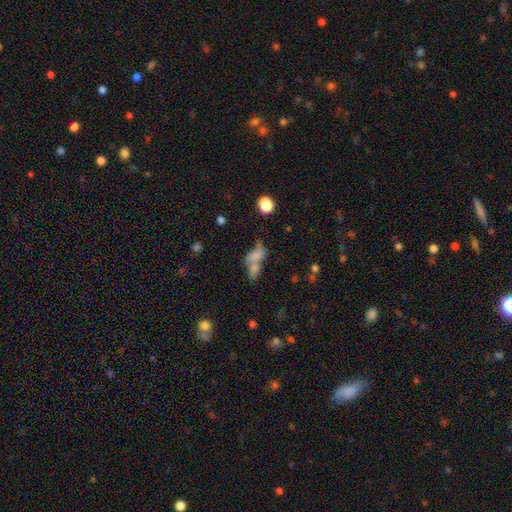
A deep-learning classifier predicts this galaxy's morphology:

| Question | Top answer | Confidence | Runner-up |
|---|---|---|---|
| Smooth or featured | smooth | 70% | featured or disk (17%) |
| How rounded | in between | 78% | round (15%) |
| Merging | merger | 59% | none (23%) |